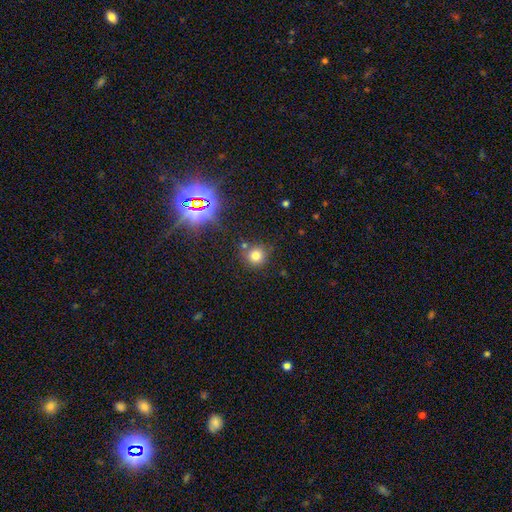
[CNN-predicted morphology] Overall: smooth (75%). How rounded: round (90%). Merging: none (75%).